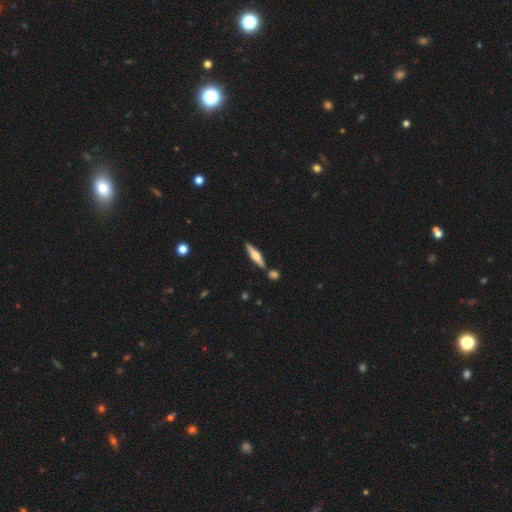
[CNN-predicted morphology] This is possibly a smooth galaxy (49%). Merging: clearly none (82%).